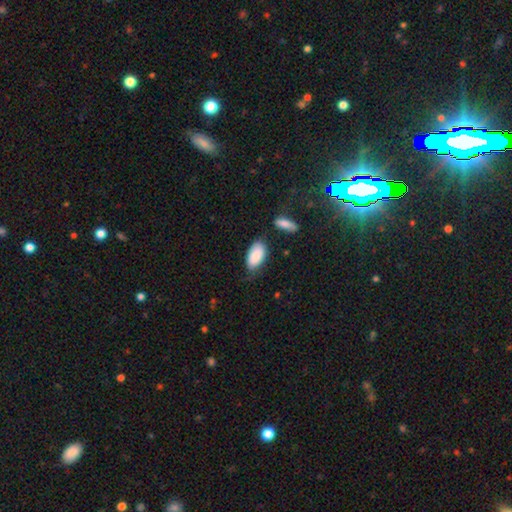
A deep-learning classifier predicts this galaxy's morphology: smooth 86%, featured or disk 8%, star or artifact 6%. Down the decision tree: how rounded — in between (94%); merging — none (60%).